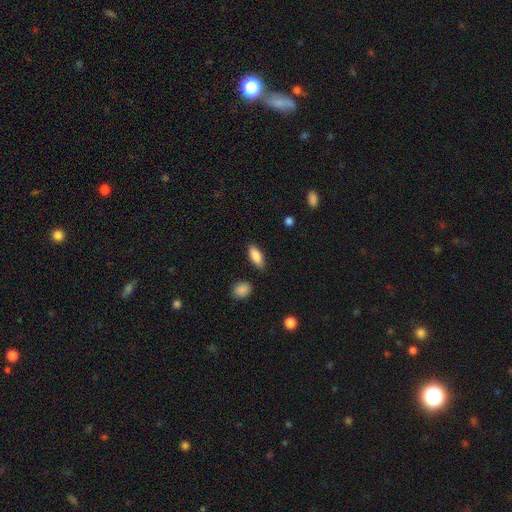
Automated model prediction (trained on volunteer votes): smooth-or-featured: smooth: 84% | featured or disk: 9% | star or artifact: 7%
  how-rounded: in between: 82% | cigar-shaped: 16% | round: 2%
  merging: none: 83% | minor disturbance: 12% | major disturbance: 3% | merger: 2%